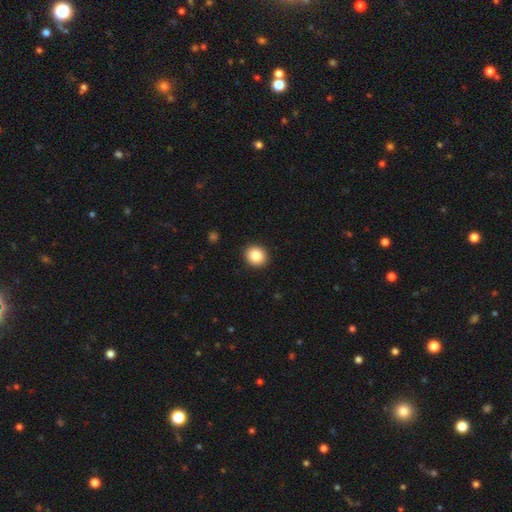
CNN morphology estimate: Smooth or featured? smooth (86%)
How rounded? round (83%)
Merging? none (92%)